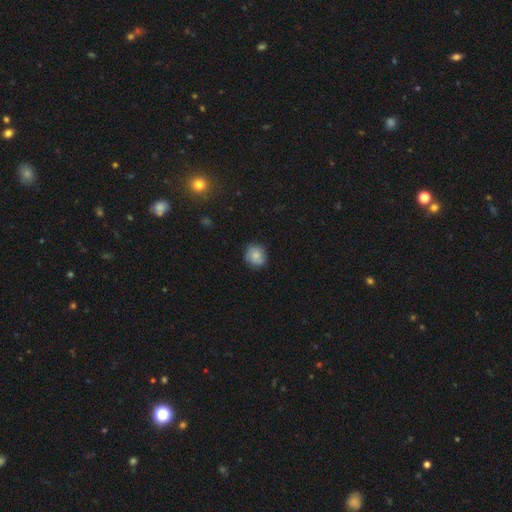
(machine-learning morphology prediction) The model was most divided on "smooth or featured": smooth: 77%, featured or disk: 15%, star or artifact: 8%. More confident: how rounded — round (84%); merging — none (81%).